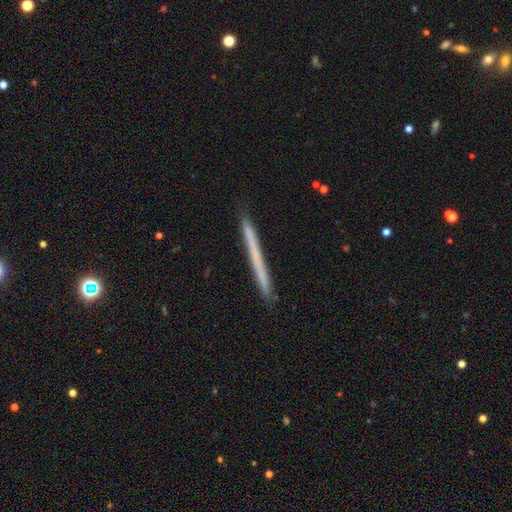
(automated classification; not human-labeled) smooth-or-featured: smooth: 48% | featured or disk: 44% | star or artifact: 8%
  merging: none: 89% | minor disturbance: 8% | major disturbance: 1% | merger: 1%